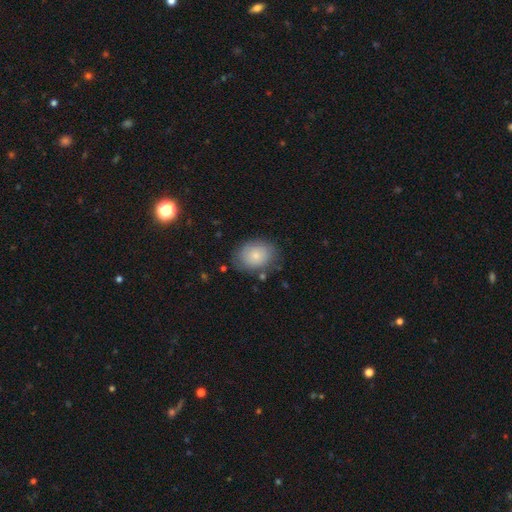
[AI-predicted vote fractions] Smooth or featured?
  - smooth: 80% *
  - featured or disk: 13%
  - star or artifact: 8%
How rounded?
  - in between: 62% *
  - round: 37%
  - cigar-shaped: 1%
Merging?
  - none: 76% *
  - minor disturbance: 17%
  - major disturbance: 5%
  - merger: 2%